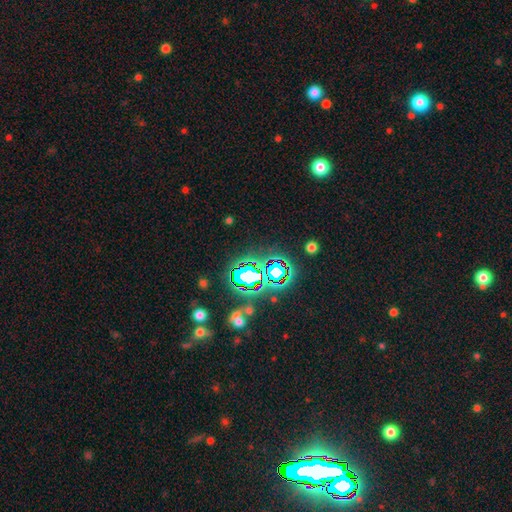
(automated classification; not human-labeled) Smooth or featured?
  - star or artifact: 77% *
  - smooth: 14%
  - featured or disk: 9%